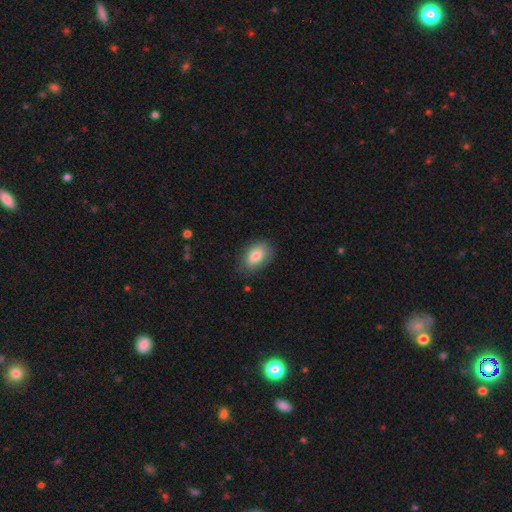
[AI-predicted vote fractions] smooth_or_featured: smooth (p=0.82) [alt: featured or disk p=0.11]
how_rounded: in between (p=0.90) [alt: round p=0.08]
merging: none (p=0.77) [alt: minor disturbance p=0.18]